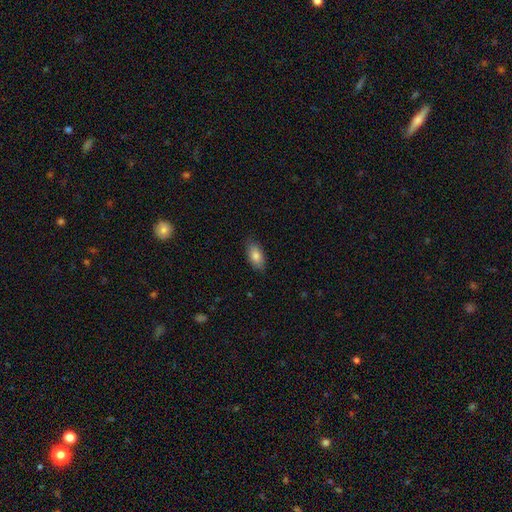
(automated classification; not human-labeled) smooth-or-featured: smooth: 83% | featured or disk: 11% | star or artifact: 7%
  how-rounded: in between: 91% | cigar-shaped: 6% | round: 4%
  merging: none: 83% | minor disturbance: 14% | major disturbance: 2% | merger: 1%